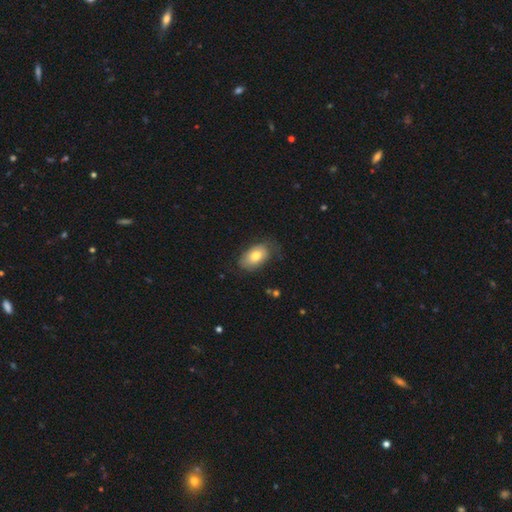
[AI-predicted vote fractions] smooth 74%, featured or disk 19%, star or artifact 7%. Down the decision tree: how rounded — in between (91%); merging — none (65%).